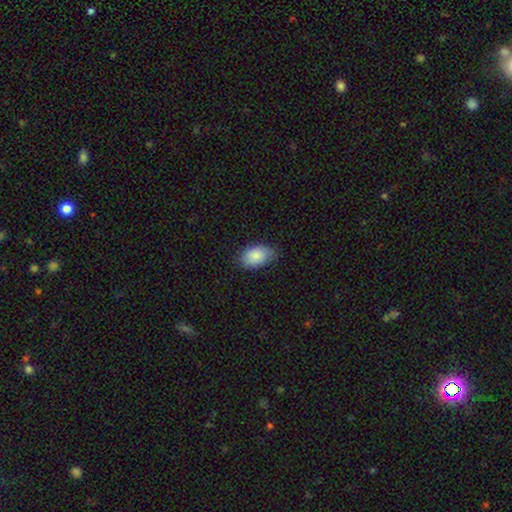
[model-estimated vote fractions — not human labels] This is clearly a smooth galaxy (86%). How rounded: clearly in between (90%). Merging: likely none (75%).